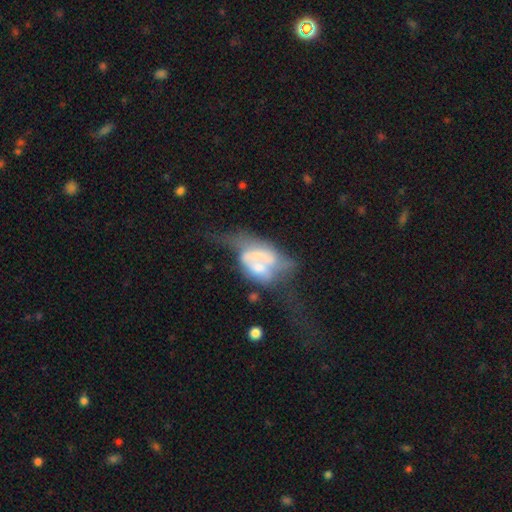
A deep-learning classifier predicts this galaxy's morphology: Q: Smooth or featured?
A: featured or disk (55%); runner-up: smooth (37%)
Q: Edge-on disk?
A: no (90%); runner-up: yes (10%)
Q: Merging?
A: merger (43%); runner-up: major disturbance (32%)